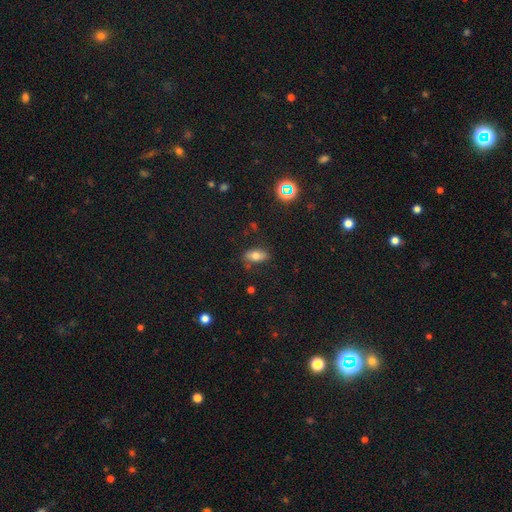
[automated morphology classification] smooth-or-featured: smooth: 70% | featured or disk: 18% | star or artifact: 12%
  how-rounded: in between: 87% | cigar-shaped: 7% | round: 6%
  merging: none: 76% | minor disturbance: 17% | major disturbance: 5% | merger: 3%